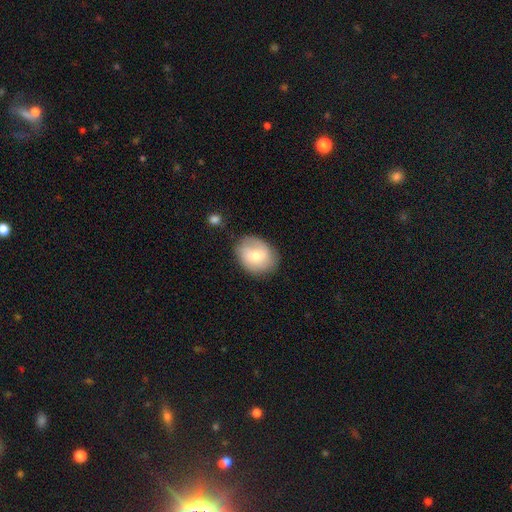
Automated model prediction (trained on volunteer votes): Morphology: type=smooth (64%); roundness=in between (52%); merging=none (74%).